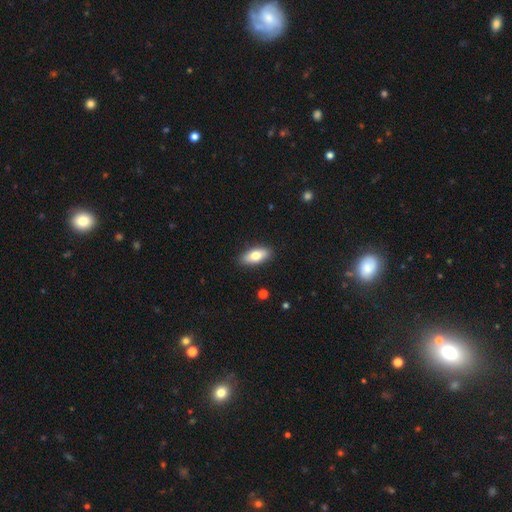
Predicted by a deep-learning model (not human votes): Smooth or featured? smooth (75%)
How rounded? in between (84%)
Merging? none (89%)